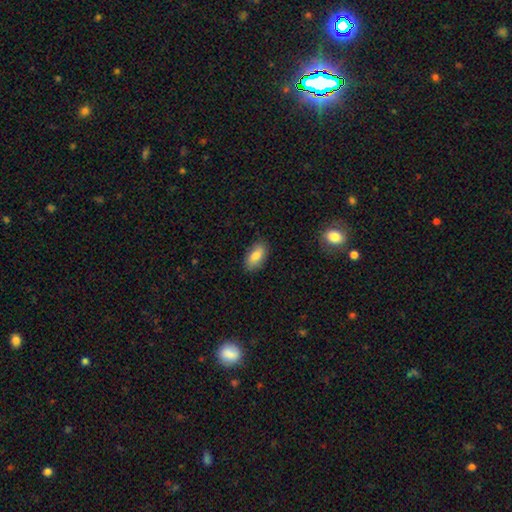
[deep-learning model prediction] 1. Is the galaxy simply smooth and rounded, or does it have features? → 84% smooth, 10% featured or disk, 7% star or artifact.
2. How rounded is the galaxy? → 92% in between, 5% cigar-shaped, 3% round.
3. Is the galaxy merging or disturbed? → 86% none, 11% minor disturbance, 2% major disturbance, 1% merger.